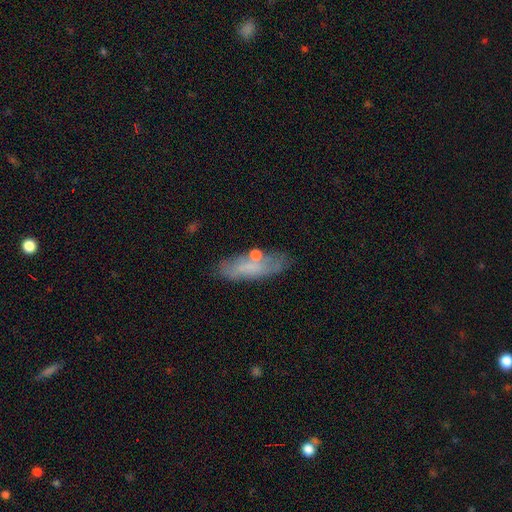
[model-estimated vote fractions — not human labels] Smooth or featured: smooth — 59% (featured or disk — 32%)
How rounded: in between — 63% (cigar-shaped — 32%)
Merging: none — 58% (minor disturbance — 23%)